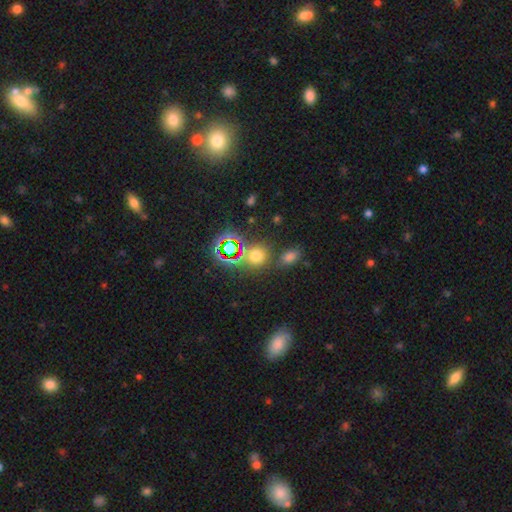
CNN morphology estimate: A smooth galaxy with no disk features (56%) that is round (81%). Merging: none (69%).